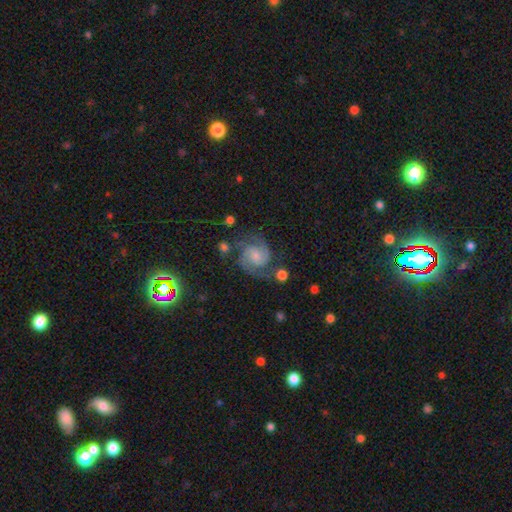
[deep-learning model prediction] smooth_or_featured: featured or disk (p=0.82) [alt: star or artifact p=0.09]
disk_edge_on: no (p=0.98) [alt: yes p=0.02]
bar: no (p=0.53) [alt: weak p=0.38]
has_spiral_arms: yes (p=0.98) [alt: no p=0.02]
spiral_winding: medium (p=0.50) [alt: tight p=0.40]
spiral_arm_count: 2 (p=0.88) [alt: can't tell p=0.04]
bulge_size: small (p=0.49) [alt: moderate p=0.33]
merging: none (p=0.75) [alt: minor disturbance p=0.15]